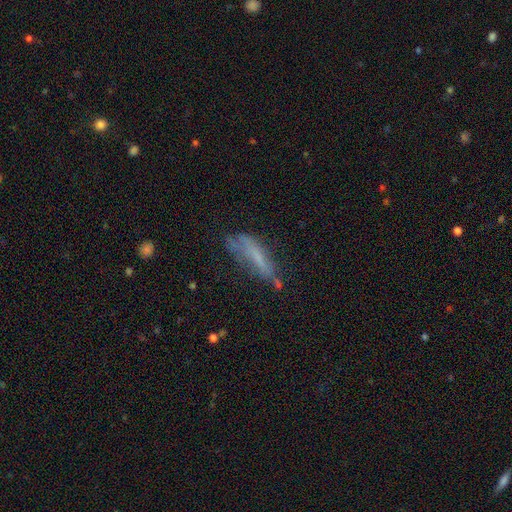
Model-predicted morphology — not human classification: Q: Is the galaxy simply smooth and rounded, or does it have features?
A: smooth — 51%.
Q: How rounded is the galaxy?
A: cigar-shaped — 63%.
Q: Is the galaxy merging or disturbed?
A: none — 37%.